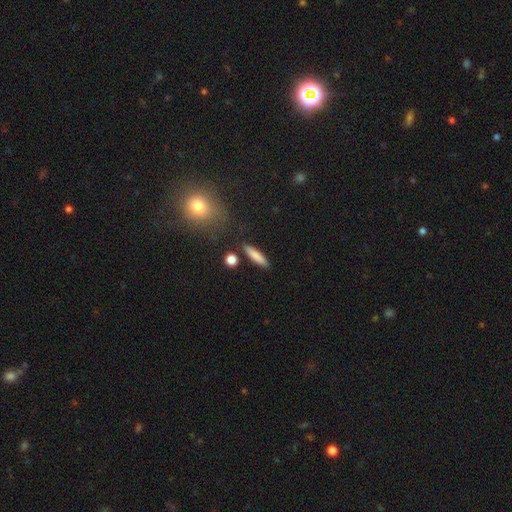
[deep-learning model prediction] Morphology: type=smooth (82%); roundness=cigar-shaped (80%); merging=none (87%).